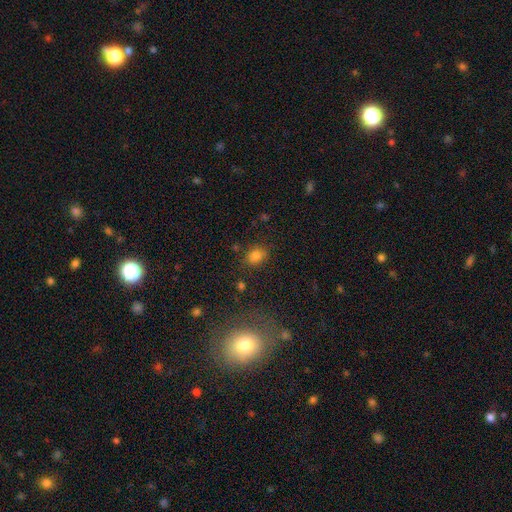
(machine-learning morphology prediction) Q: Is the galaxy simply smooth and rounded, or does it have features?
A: smooth — 80%.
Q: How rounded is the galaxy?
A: in between — 59%.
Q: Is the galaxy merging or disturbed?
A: none — 76%.